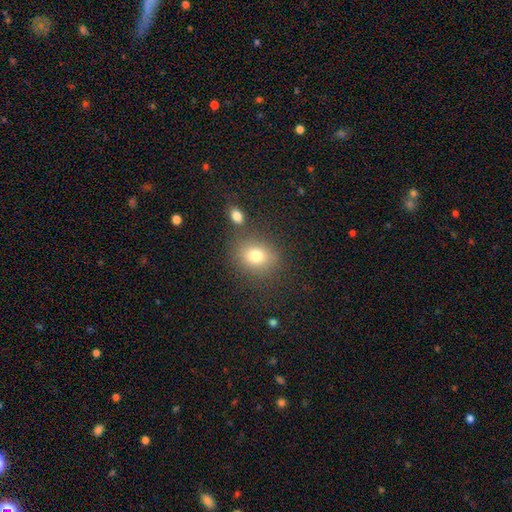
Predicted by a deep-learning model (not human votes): This is likely a smooth galaxy (78%). How rounded: likely round (63%). Merging: likely none (76%).